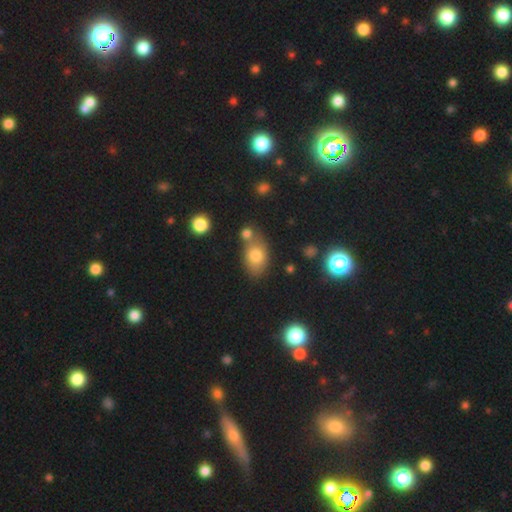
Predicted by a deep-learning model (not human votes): Q: Smooth or featured?
A: smooth (77%); runner-up: featured or disk (12%)
Q: How rounded?
A: in between (80%); runner-up: round (18%)
Q: Merging?
A: none (55%); runner-up: merger (25%)